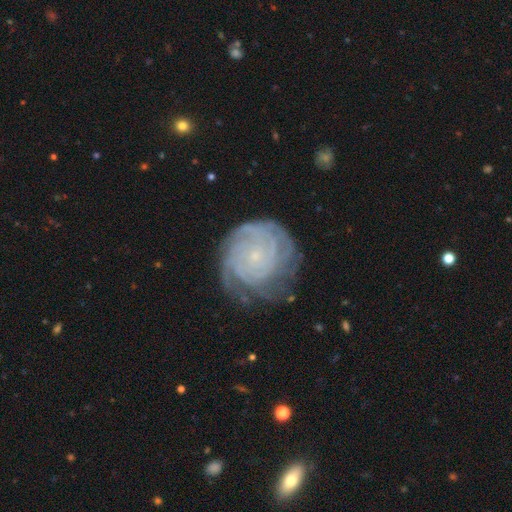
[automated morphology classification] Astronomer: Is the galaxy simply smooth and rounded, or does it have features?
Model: featured or disk — 81%.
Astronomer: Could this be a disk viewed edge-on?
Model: no — 97%.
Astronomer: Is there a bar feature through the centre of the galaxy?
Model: no — 80%.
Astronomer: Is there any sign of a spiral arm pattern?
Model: yes — 96%.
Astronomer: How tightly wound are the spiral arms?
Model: tight — 82%.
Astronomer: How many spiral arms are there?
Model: can't tell — 35% (runner-up: 4, 20%).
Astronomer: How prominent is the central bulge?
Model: small — 85%.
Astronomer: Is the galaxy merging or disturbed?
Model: none — 69%.